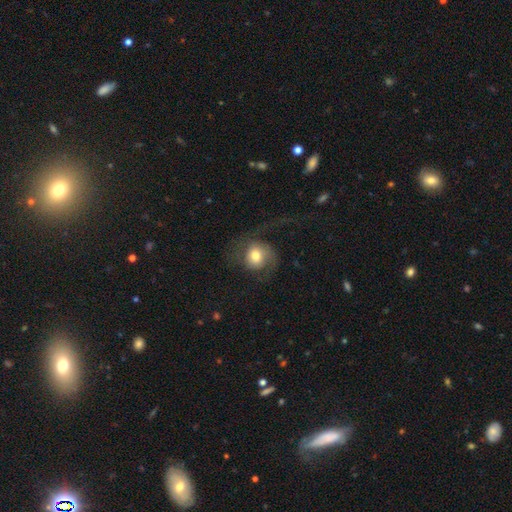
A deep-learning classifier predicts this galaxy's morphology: smooth 53%, featured or disk 38%, star or artifact 9%. Down the decision tree: how rounded — round (75%); merging — major disturbance (43%).